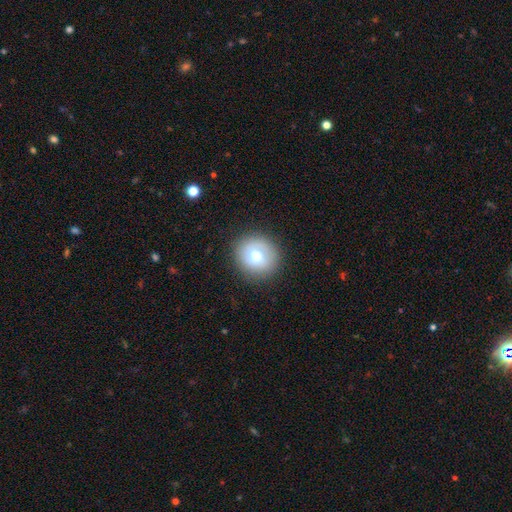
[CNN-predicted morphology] A smooth galaxy with no disk features (70%) that is round (86%). Merging: none (84%).